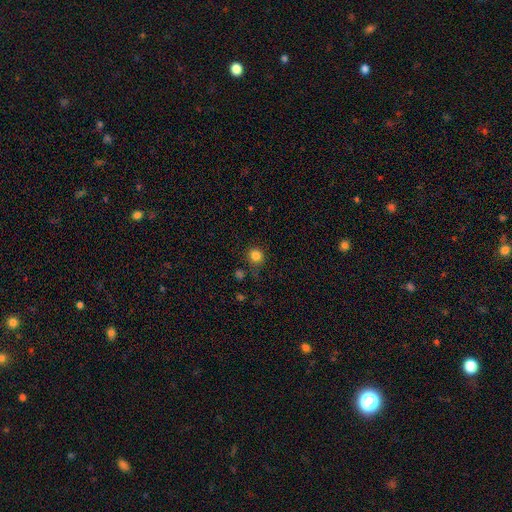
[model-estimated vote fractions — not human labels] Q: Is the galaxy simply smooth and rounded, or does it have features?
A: smooth — 83%.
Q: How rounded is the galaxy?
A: round — 92%.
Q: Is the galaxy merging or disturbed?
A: none — 81%.